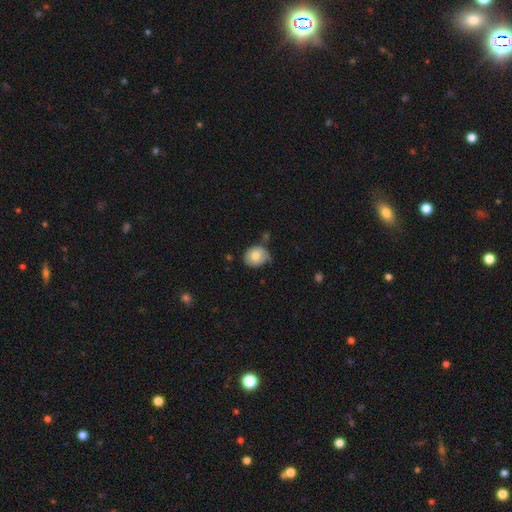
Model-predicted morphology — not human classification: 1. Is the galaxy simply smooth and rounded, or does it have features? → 73% smooth, 19% featured or disk, 8% star or artifact.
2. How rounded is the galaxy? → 63% round, 37% in between, 1% cigar-shaped.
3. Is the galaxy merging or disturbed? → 54% none, 32% minor disturbance, 8% major disturbance, 5% merger.